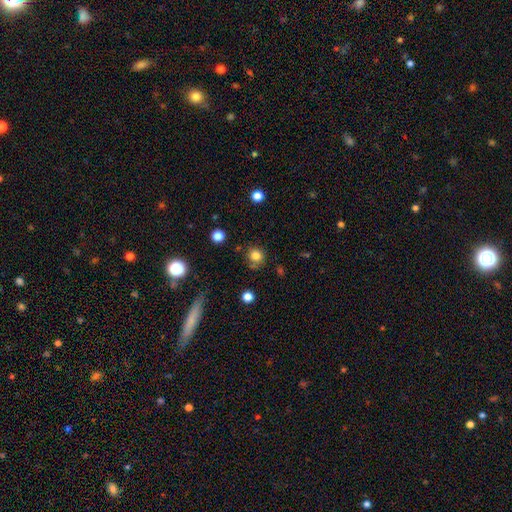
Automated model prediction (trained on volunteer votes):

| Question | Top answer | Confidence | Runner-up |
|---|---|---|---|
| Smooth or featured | smooth | 81% | star or artifact (13%) |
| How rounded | round | 87% | in between (13%) |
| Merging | none | 78% | minor disturbance (13%) |